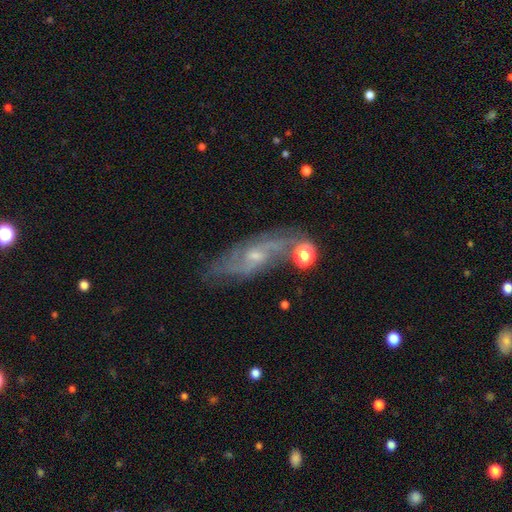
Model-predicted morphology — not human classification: Smooth or featured?
  - featured or disk: 80% *
  - smooth: 12%
  - star or artifact: 8%
Edge-on disk?
  - no: 87% *
  - yes: 13%
Bar?
  - no: 47% *
  - weak: 44%
  - strong: 9%
Spiral arms?
  - yes: 92% *
  - no: 8%
Spiral winding?
  - medium: 45% *
  - loose: 31%
  - tight: 24%
Spiral arm count?
  - 2: 59% *
  - can't tell: 22%
  - 3: 9%
  - 1: 4%
  - 4: 3%
  - more than 4: 3%
Bulge size?
  - small: 63% *
  - moderate: 30%
  - none: 5%
  - large: 1%
  - dominant: 1%
Merging?
  - none: 64% *
  - minor disturbance: 20%
  - major disturbance: 9%
  - merger: 7%